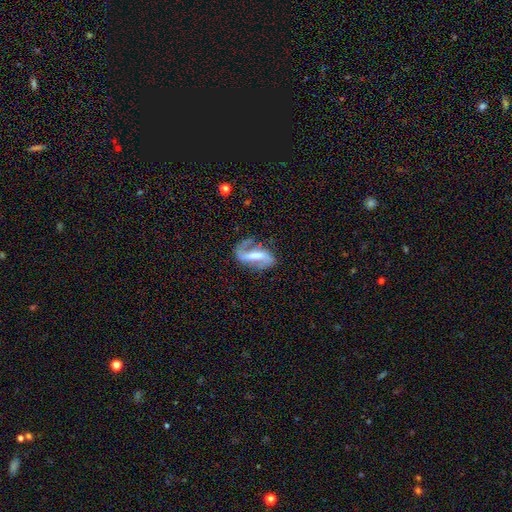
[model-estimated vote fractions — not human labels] Smooth or featured?
  - featured or disk: 85% *
  - smooth: 8%
  - star or artifact: 7%
Edge-on disk?
  - no: 95% *
  - yes: 5%
Bar?
  - strong: 55% *
  - weak: 31%
  - no: 14%
Spiral arms?
  - yes: 94% *
  - no: 6%
Spiral winding?
  - loose: 47% *
  - medium: 39%
  - tight: 14%
Spiral arm count?
  - 2: 86% *
  - 1: 8%
  - can't tell: 3%
  - 3: 1%
  - 4: 1%
  - more than 4: 1%
Bulge size?
  - moderate: 43% *
  - small: 37%
  - none: 11%
  - large: 8%
  - dominant: 2%
Merging?
  - none: 70% *
  - minor disturbance: 16%
  - major disturbance: 11%
  - merger: 3%